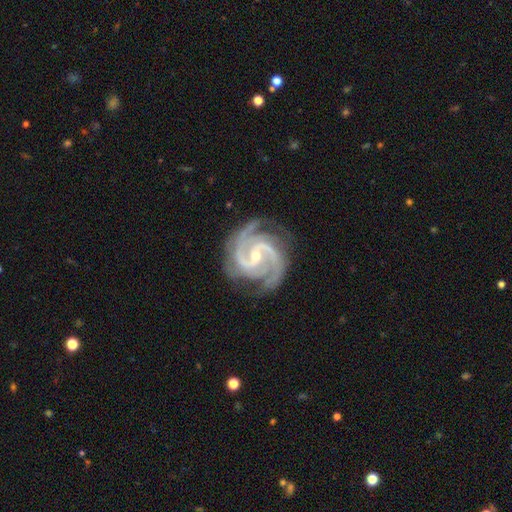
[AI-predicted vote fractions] This is clearly a featured or disk galaxy (94%). It is clearly not viewed edge-on (98%). Bar: marginally weak (44%). Spiral arm pattern: clearly yes (99%). Spiral arm count: possibly 2 (56%). Spiral winding: possibly medium (52%). Central bulge: likely small (63%). Merging: likely none (78%).